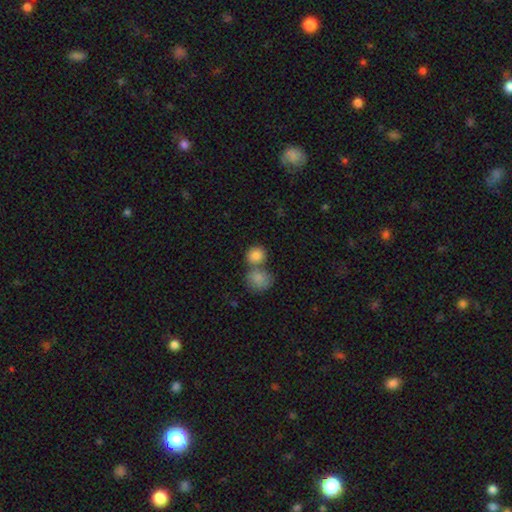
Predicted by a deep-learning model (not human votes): smooth-or-featured: smooth: 85% | star or artifact: 8% | featured or disk: 7%
  how-rounded: round: 77% | in between: 22% | cigar-shaped: 1%
  merging: merger: 45% | none: 44% | minor disturbance: 8% | major disturbance: 3%